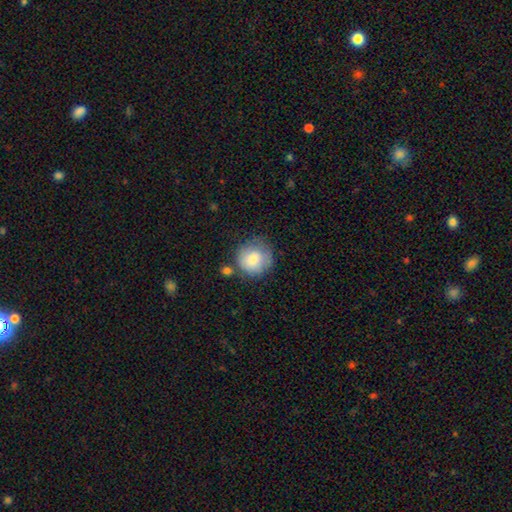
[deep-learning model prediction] A smooth galaxy with no disk features (78%) that is round (90%).

Vote fractions:
- Smooth or featured? smooth: 78% / featured or disk: 15% / star or artifact: 7%
- How rounded? round: 90% / in between: 9% / cigar-shaped: 1%
- Merging? none: 62% / minor disturbance: 22% / merger: 8% / major disturbance: 8%